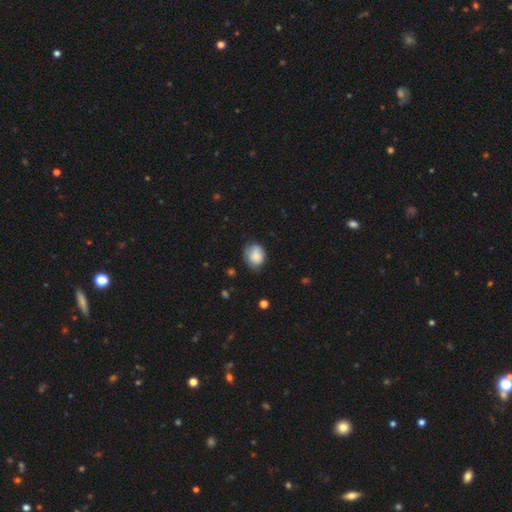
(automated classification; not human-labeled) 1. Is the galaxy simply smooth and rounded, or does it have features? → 79% smooth, 13% featured or disk, 8% star or artifact.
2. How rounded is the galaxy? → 54% round, 45% in between, 1% cigar-shaped.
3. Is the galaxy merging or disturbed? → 58% none, 32% minor disturbance, 8% major disturbance, 2% merger.